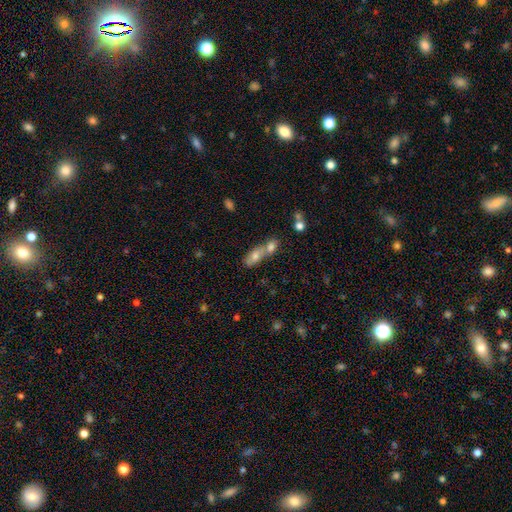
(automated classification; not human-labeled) The model was most divided on "merging": merger: 62%, none: 26%, minor disturbance: 8%, major disturbance: 4%. More confident: how rounded — in between (73%); smooth or featured — smooth (68%).